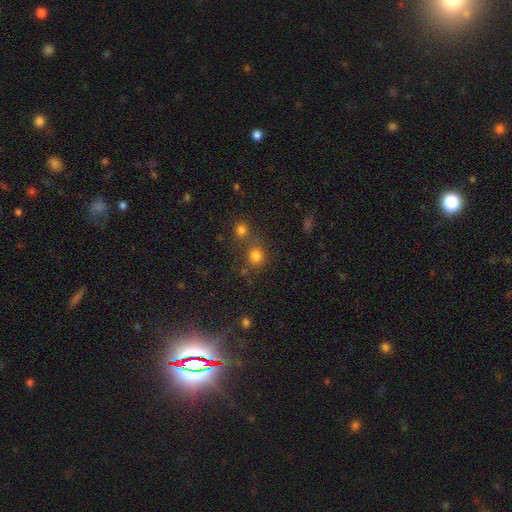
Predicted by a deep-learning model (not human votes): This is likely a smooth galaxy (78%). How rounded: clearly round (87%). Merging: likely none (65%).